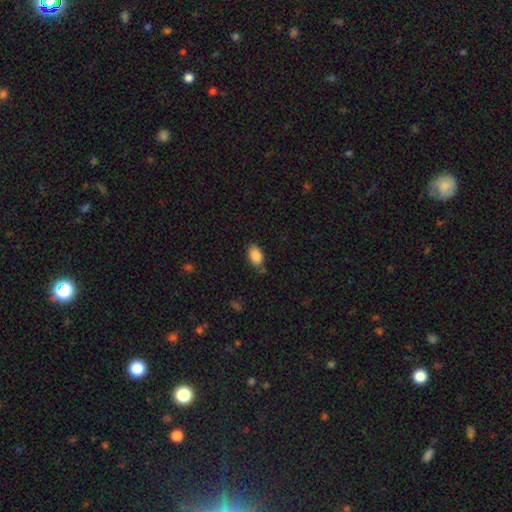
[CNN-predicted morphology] Smooth or featured: smooth — 88% (star or artifact — 8%)
How rounded: in between — 88% (round — 11%)
Merging: none — 74% (minor disturbance — 18%)